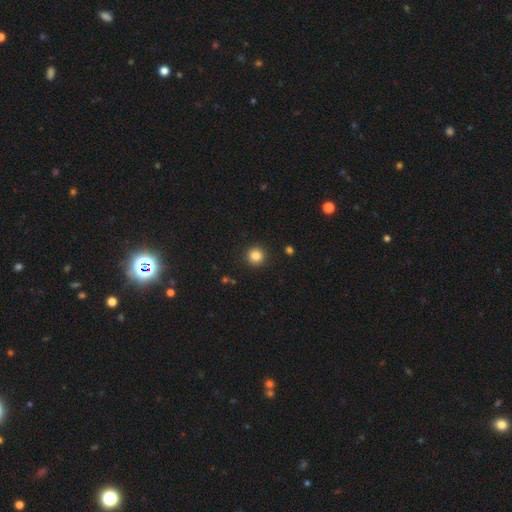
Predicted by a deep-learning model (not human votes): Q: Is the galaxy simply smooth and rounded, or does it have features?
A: smooth — 85%.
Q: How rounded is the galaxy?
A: round — 95%.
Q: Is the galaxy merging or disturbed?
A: none — 92%.